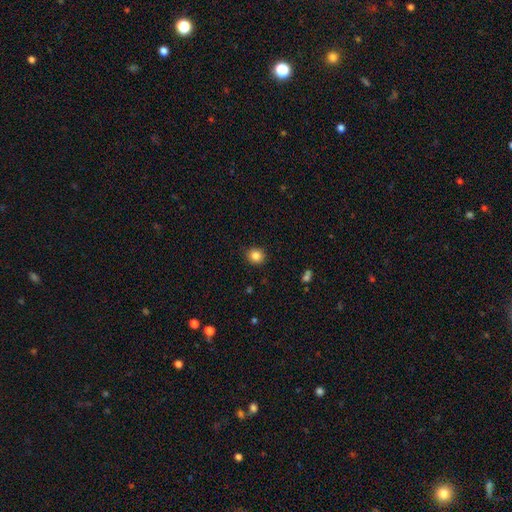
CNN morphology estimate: The model was most divided on "how rounded": round: 79%, in between: 21%, cigar-shaped: 1%. More confident: merging — none (89%); smooth or featured — smooth (85%).